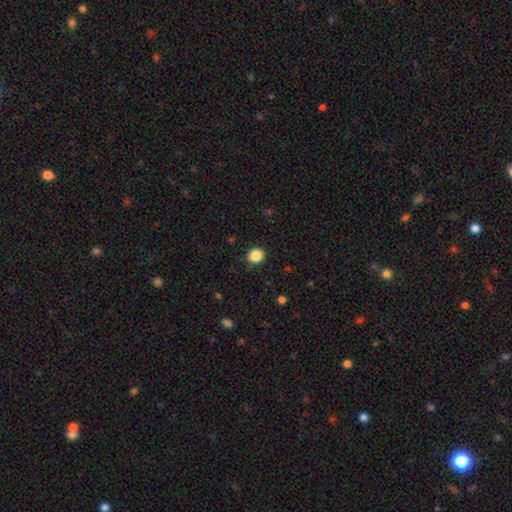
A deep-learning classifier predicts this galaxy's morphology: smooth 86%, star or artifact 11%, featured or disk 3%. Down the decision tree: how rounded — round (87%); merging — none (85%).